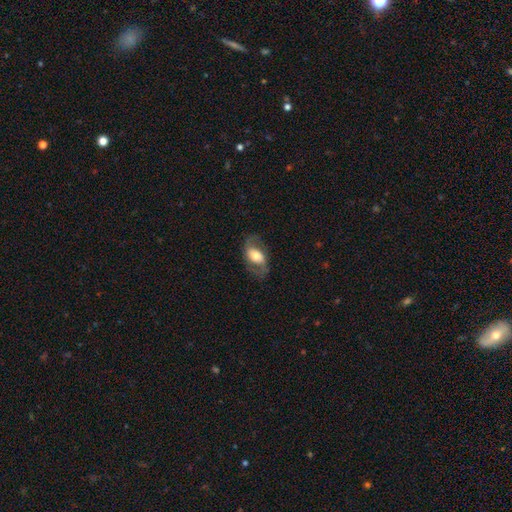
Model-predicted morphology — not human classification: Smooth or featured? Predicted: featured or disk (p=0.63). Edge-on disk? Predicted: no (p=0.94). Bar? Predicted: no (p=0.44). Spiral arms? Predicted: yes (p=0.80). Bulge size? Predicted: moderate (p=0.52). Merging? Predicted: none (p=0.73).